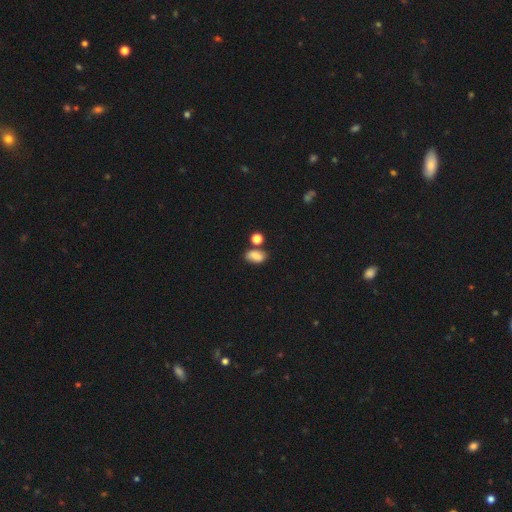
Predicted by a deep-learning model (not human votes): smooth 79%, star or artifact 11%, featured or disk 10%. Down the decision tree: how rounded — in between (84%); merging — none (59%).